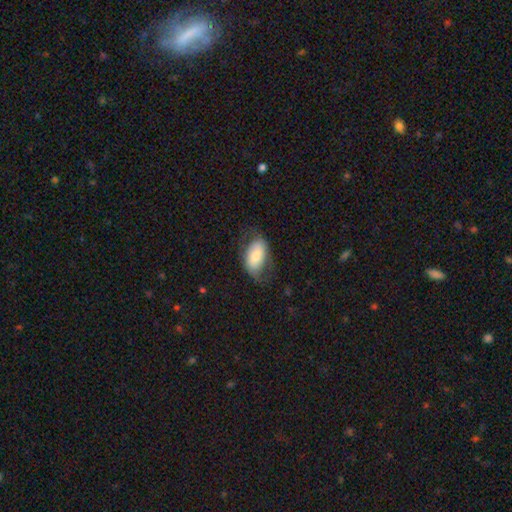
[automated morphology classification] type=smooth (59%); roundness=in between (91%); merging=none (60%).